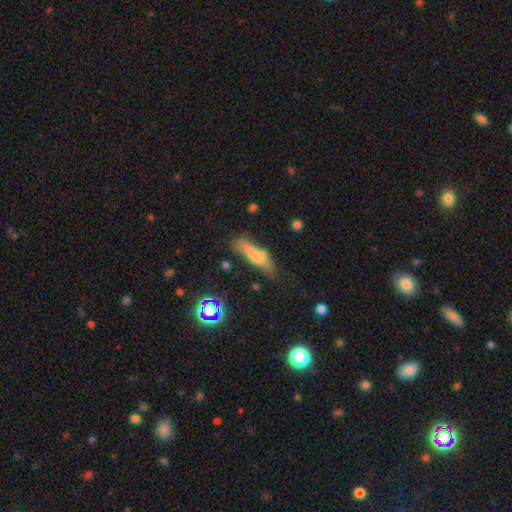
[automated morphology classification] smooth_or_featured: smooth (p=0.62) [alt: featured or disk p=0.27]
how_rounded: cigar-shaped (p=0.66) [alt: in between p=0.32]
merging: none (p=0.50) [alt: minor disturbance p=0.26]